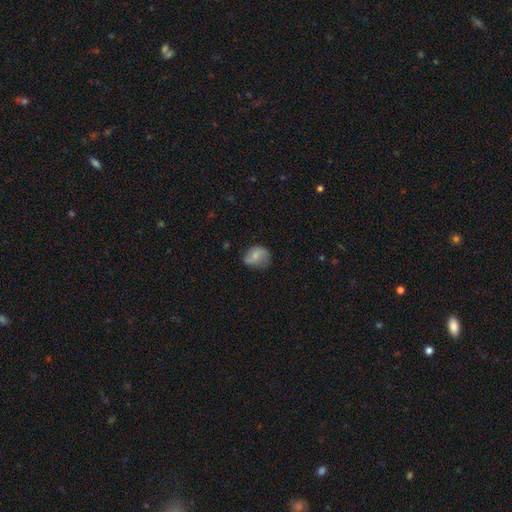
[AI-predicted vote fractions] smooth_or_featured: smooth (p=0.61) [alt: featured or disk p=0.31]
how_rounded: round (p=0.56) [alt: in between p=0.43]
merging: none (p=0.58) [alt: minor disturbance p=0.30]